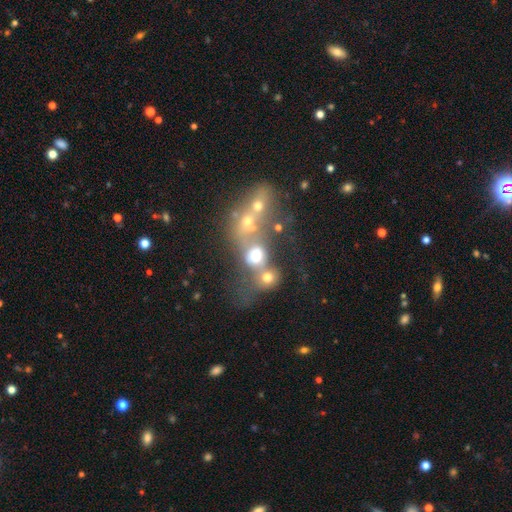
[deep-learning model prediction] Smooth or featured?
  - smooth: 57% *
  - featured or disk: 23%
  - star or artifact: 20%
How rounded?
  - round: 62% *
  - in between: 35%
  - cigar-shaped: 2%
Merging?
  - merger: 57% *
  - none: 25%
  - major disturbance: 10%
  - minor disturbance: 8%